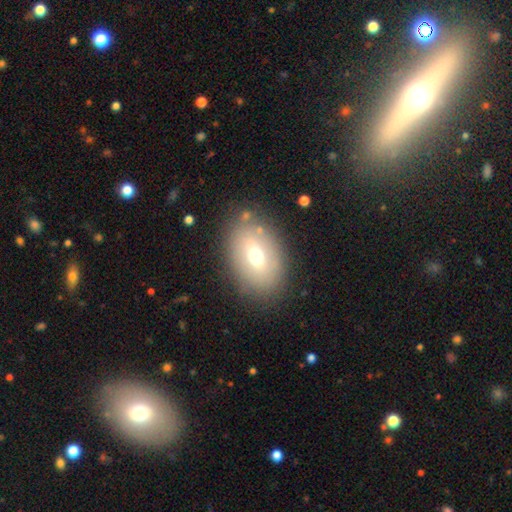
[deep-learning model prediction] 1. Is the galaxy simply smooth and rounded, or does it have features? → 61% smooth, 29% featured or disk, 11% star or artifact.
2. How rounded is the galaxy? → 82% in between, 17% round, 1% cigar-shaped.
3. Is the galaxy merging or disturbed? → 81% none, 12% minor disturbance, 5% major disturbance, 3% merger.